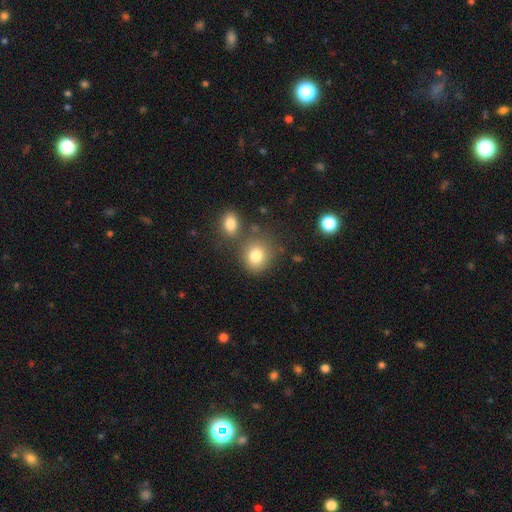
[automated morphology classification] Smooth or featured? smooth (81%)
How rounded? round (79%)
Merging? none (67%)